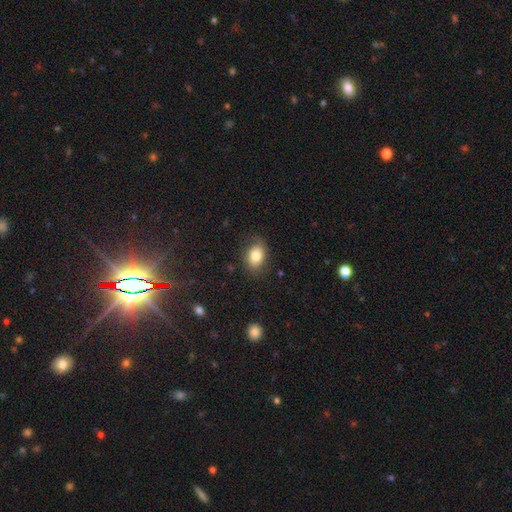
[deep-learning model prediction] Overall: smooth (79%). How rounded: in between (73%). Merging: none (75%).